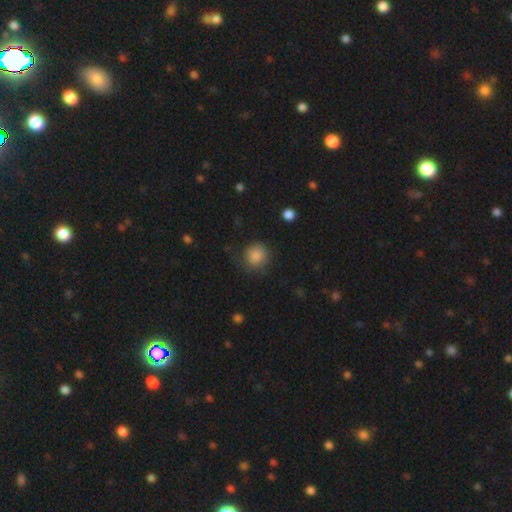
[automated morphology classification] A smooth galaxy with no disk features (86%) that is round (90%). Merging: none (73%).